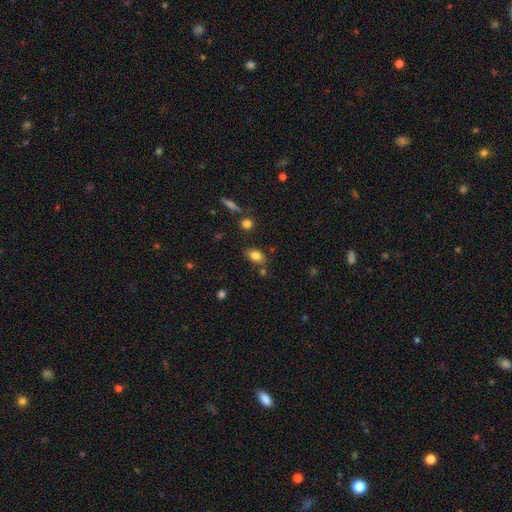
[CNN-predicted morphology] Q: Smooth or featured?
A: smooth (82%); runner-up: star or artifact (10%)
Q: How rounded?
A: in between (84%); runner-up: round (14%)
Q: Merging?
A: none (76%); runner-up: minor disturbance (14%)